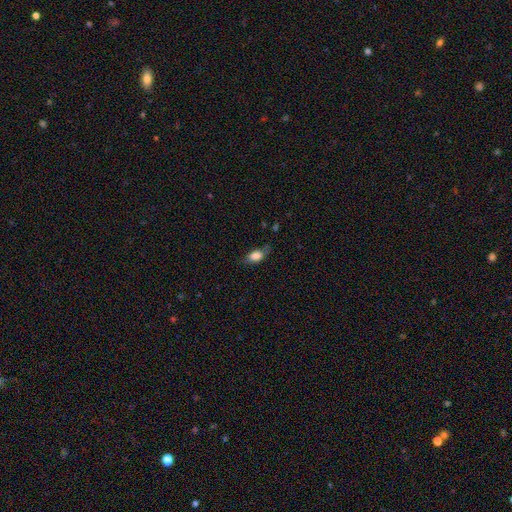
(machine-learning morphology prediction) Overall: smooth (81%). How rounded: in between (85%). Merging: none (62%; minor disturbance 28%).